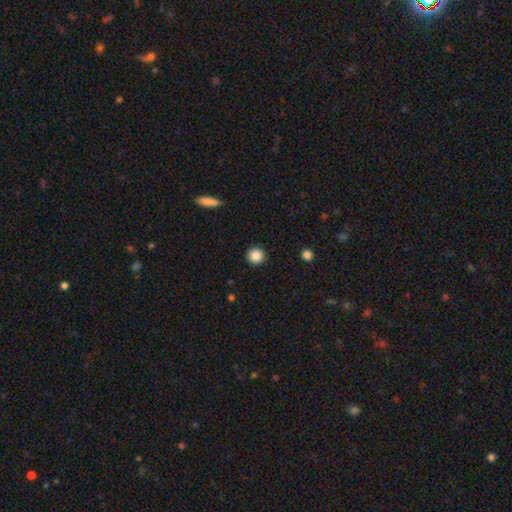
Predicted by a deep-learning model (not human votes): A smooth galaxy with no disk features (87%) that is round (95%).

Vote fractions:
- Smooth or featured? smooth: 87% / star or artifact: 9% / featured or disk: 4%
- How rounded? round: 95% / in between: 4% / cigar-shaped: 1%
- Merging? none: 92% / minor disturbance: 5% / major disturbance: 2% / merger: 1%